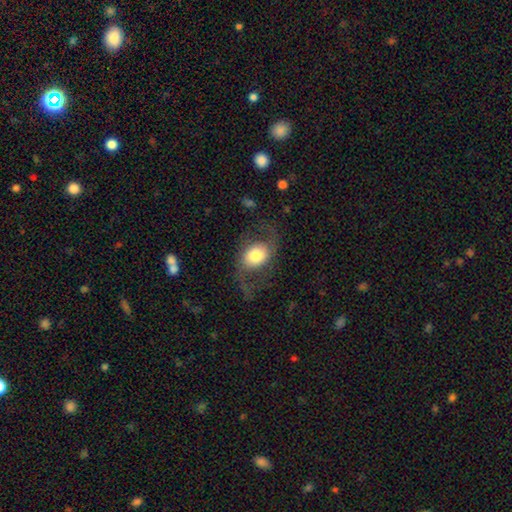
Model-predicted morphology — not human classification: Smooth or featured? featured or disk (58%)
Edge-on disk? no (95%)
Bar? no (68%)
Spiral arms? yes (79%)
Bulge size? moderate (44%)
Merging? none (58%)